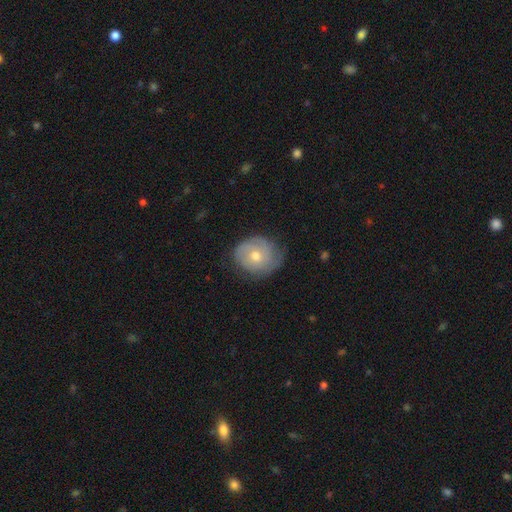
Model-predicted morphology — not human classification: Q: Smooth or featured?
A: featured or disk (51%); runner-up: smooth (41%)
Q: Edge-on disk?
A: no (96%); runner-up: yes (4%)
Q: Merging?
A: none (65%); runner-up: minor disturbance (26%)